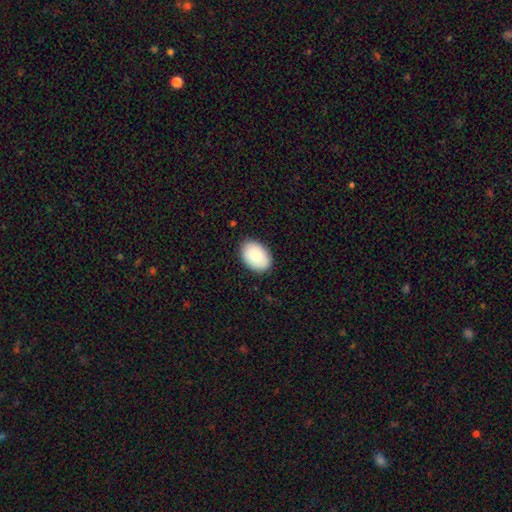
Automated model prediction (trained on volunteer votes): A smooth galaxy with no disk features (87%) that is in between round and cigar-shaped (88%).

Vote fractions:
- Smooth or featured? smooth: 87% / featured or disk: 7% / star or artifact: 6%
- How rounded? in between: 88% / round: 11% / cigar-shaped: 1%
- Merging? none: 87% / minor disturbance: 10% / major disturbance: 2% / merger: 1%